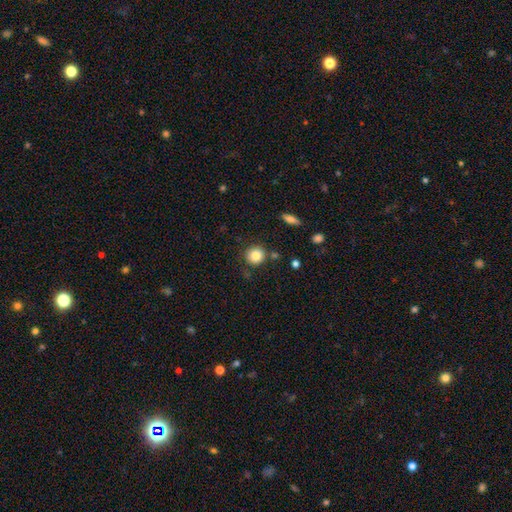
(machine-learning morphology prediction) A smooth galaxy with no disk features (84%) that is round (91%).

Vote fractions:
- Smooth or featured? smooth: 84% / star or artifact: 9% / featured or disk: 7%
- How rounded? round: 91% / in between: 8% / cigar-shaped: 1%
- Merging? none: 84% / minor disturbance: 9% / merger: 5% / major disturbance: 3%